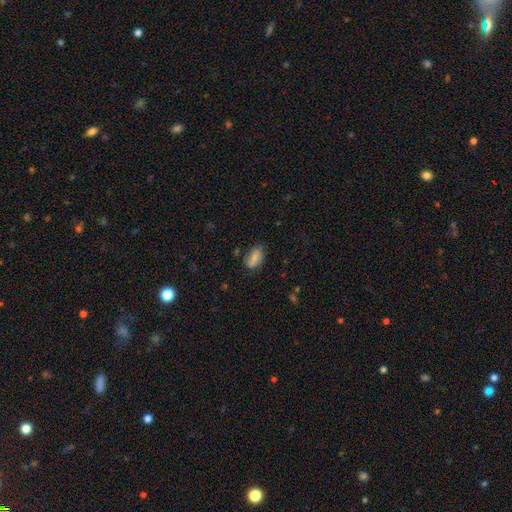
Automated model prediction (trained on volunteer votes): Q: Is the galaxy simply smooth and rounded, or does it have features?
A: smooth — 79%.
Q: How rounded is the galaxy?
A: in between — 84%.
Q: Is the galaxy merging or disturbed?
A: none — 72%.